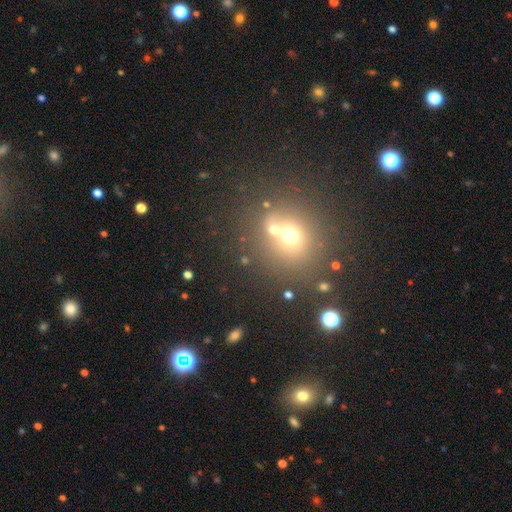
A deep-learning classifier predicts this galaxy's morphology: Smooth or featured?
  - smooth: 48% *
  - star or artifact: 37%
  - featured or disk: 15%
Merging?
  - none: 60% *
  - merger: 27%
  - minor disturbance: 9%
  - major disturbance: 5%